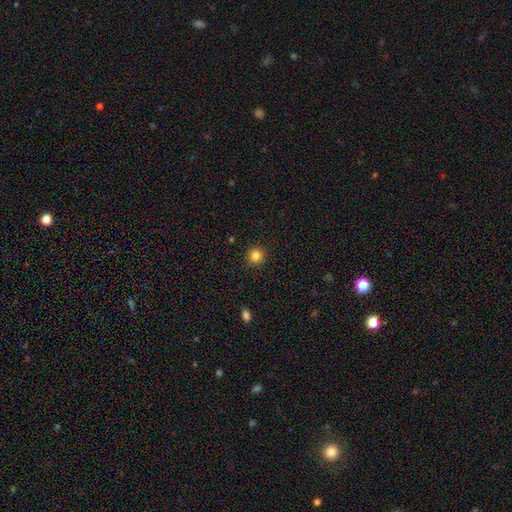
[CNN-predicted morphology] This is clearly a smooth galaxy (84%). How rounded: clearly round (93%). Merging: clearly none (92%).